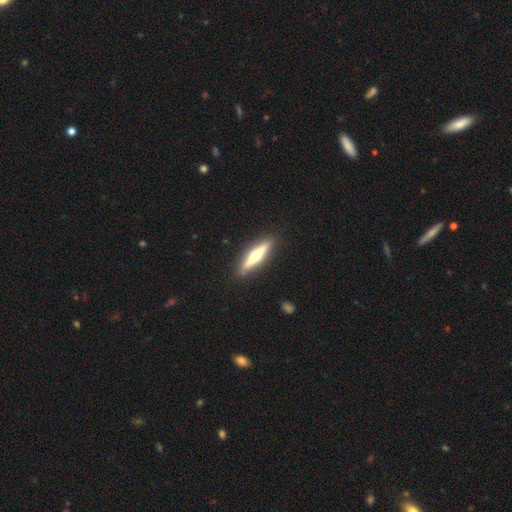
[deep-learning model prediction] Morphology: type=featured or disk (63%); edge-on=yes (96%); edge-on bulge=rounded (91%); merging=none (90%).